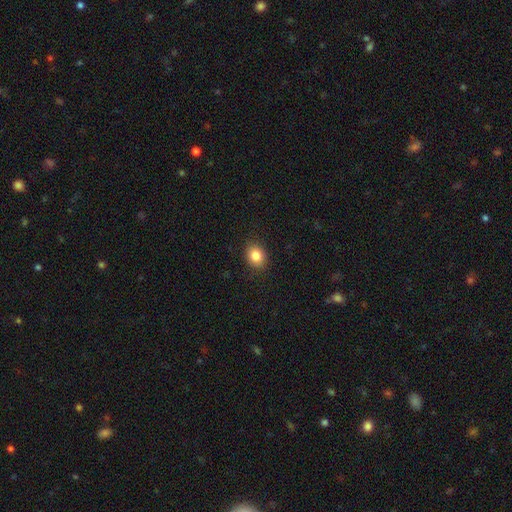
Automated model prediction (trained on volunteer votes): A smooth galaxy with no disk features (85%) that is in between round and cigar-shaped (50%). Merging: none (89%).